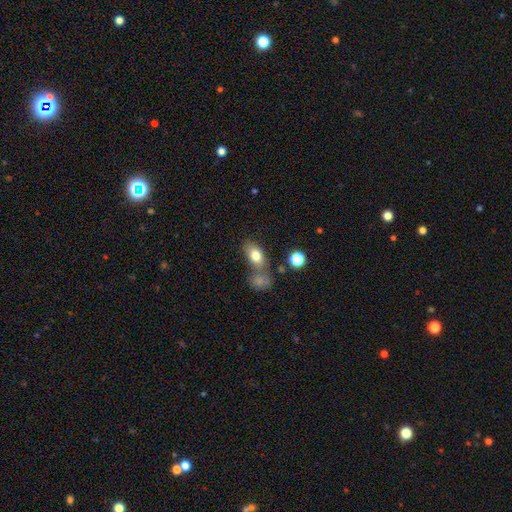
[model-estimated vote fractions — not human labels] Morphology: type=smooth (78%); roundness=in between (83%); merging=none (50%).